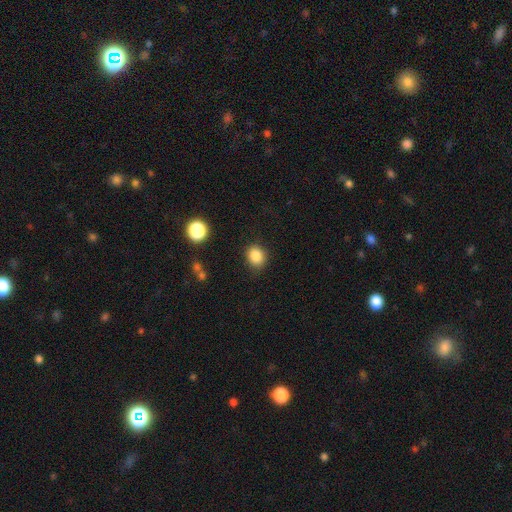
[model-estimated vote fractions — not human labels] smooth_or_featured: smooth (p=0.85) [alt: star or artifact p=0.10]
how_rounded: round (p=0.64) [alt: in between p=0.35]
merging: none (p=0.84) [alt: minor disturbance p=0.11]